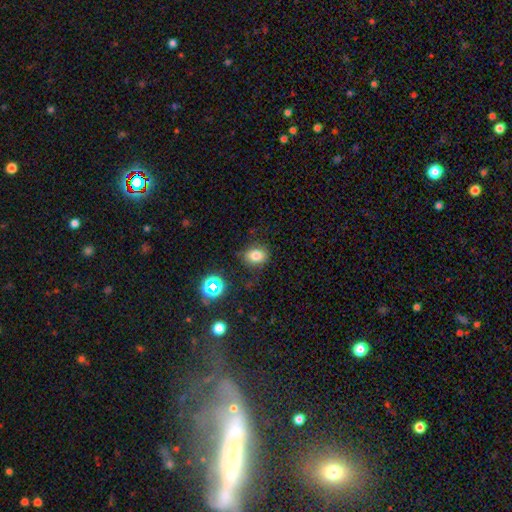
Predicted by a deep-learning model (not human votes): Smooth or featured? smooth (78%)
How rounded? in between (59%)
Merging? none (73%)